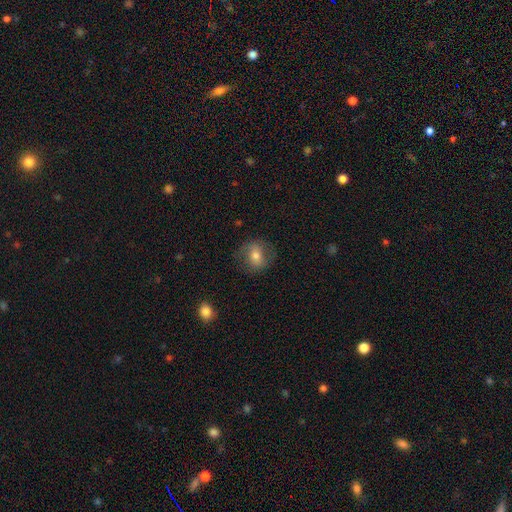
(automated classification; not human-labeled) The model was most divided on "how rounded": round: 58%, in between: 40%, cigar-shaped: 1%. More confident: merging — none (77%); smooth or featured — smooth (63%).